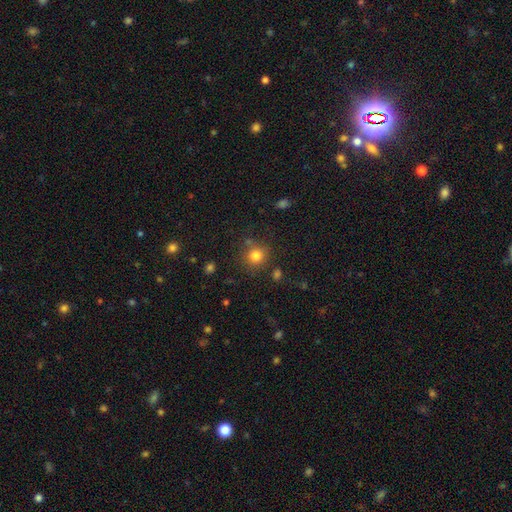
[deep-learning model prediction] A smooth galaxy with no disk features (80%) that is round (90%). Merging: none (79%).